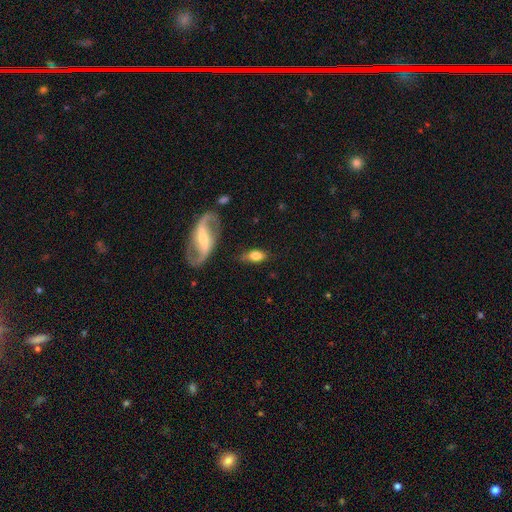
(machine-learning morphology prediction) Smooth or featured?
  - smooth: 59% *
  - featured or disk: 33%
  - star or artifact: 7%
How rounded?
  - in between: 83% *
  - cigar-shaped: 10%
  - round: 8%
Merging?
  - none: 67% *
  - minor disturbance: 19%
  - major disturbance: 8%
  - merger: 5%